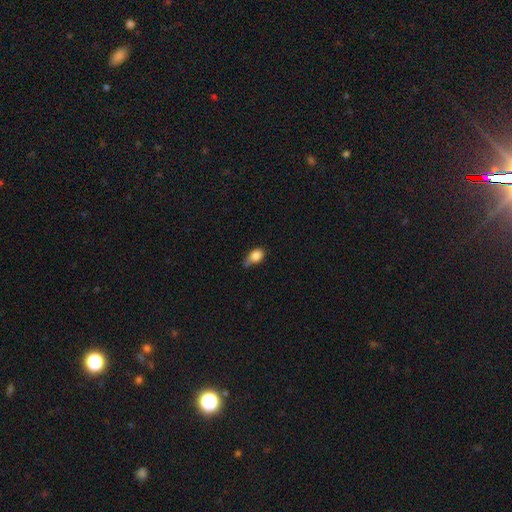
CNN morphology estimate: A smooth galaxy with no disk features (84%) that is in between round and cigar-shaped (68%). Merging: minor disturbance (44%).